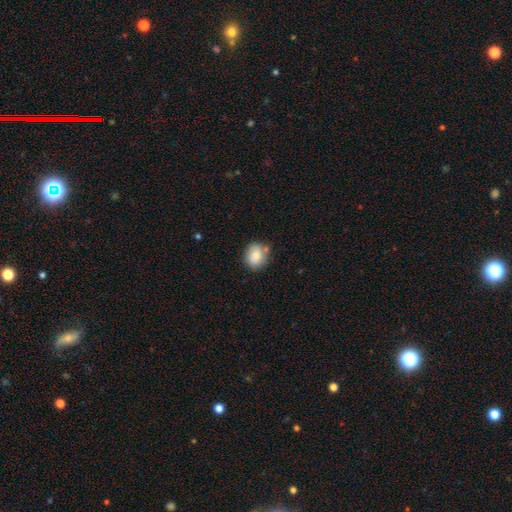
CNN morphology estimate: smooth-or-featured: smooth: 82% | featured or disk: 10% | star or artifact: 8%
  how-rounded: round: 60% | in between: 39% | cigar-shaped: 1%
  merging: none: 70% | minor disturbance: 18% | merger: 8% | major disturbance: 4%